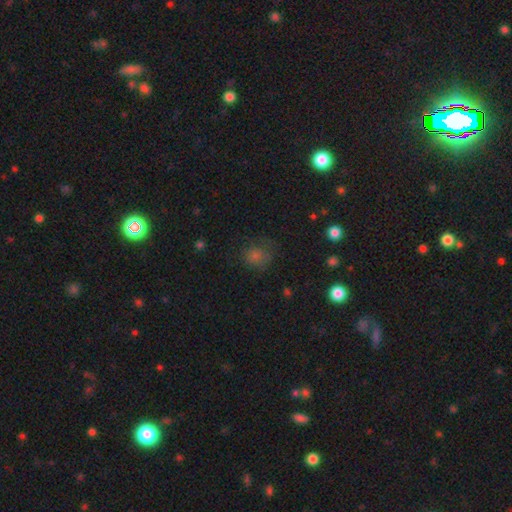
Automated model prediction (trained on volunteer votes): Smooth or featured?
  - smooth: 66% *
  - star or artifact: 24%
  - featured or disk: 10%
How rounded?
  - round: 77% *
  - in between: 22%
  - cigar-shaped: 1%
Merging?
  - none: 66% *
  - minor disturbance: 21%
  - major disturbance: 12%
  - merger: 2%